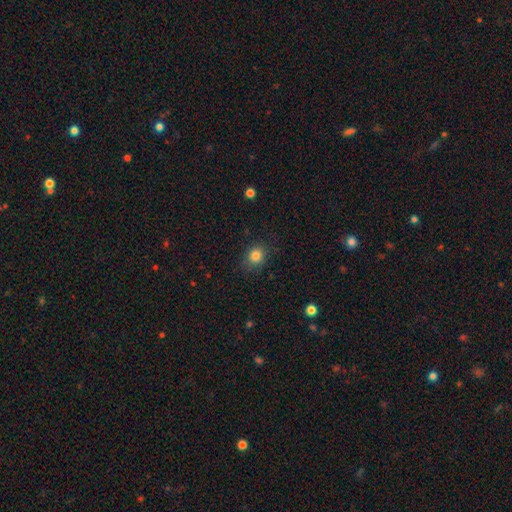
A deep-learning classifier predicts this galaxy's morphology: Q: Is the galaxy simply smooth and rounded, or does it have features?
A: smooth — 83%.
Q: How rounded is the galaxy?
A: round — 75%.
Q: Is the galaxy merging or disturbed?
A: none — 83%.